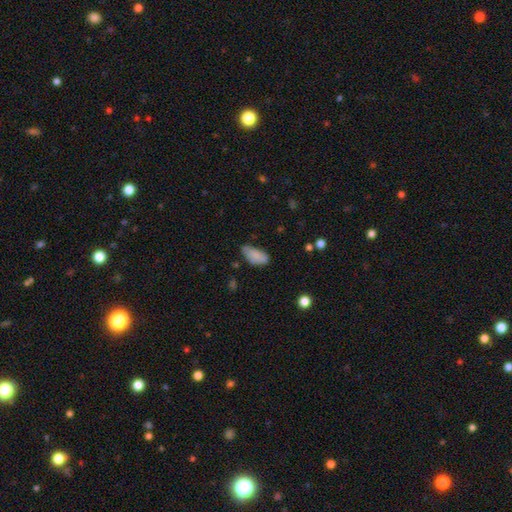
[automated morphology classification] Overall: smooth (83%). How rounded: in between (92%). Merging: none (56%; minor disturbance 34%).